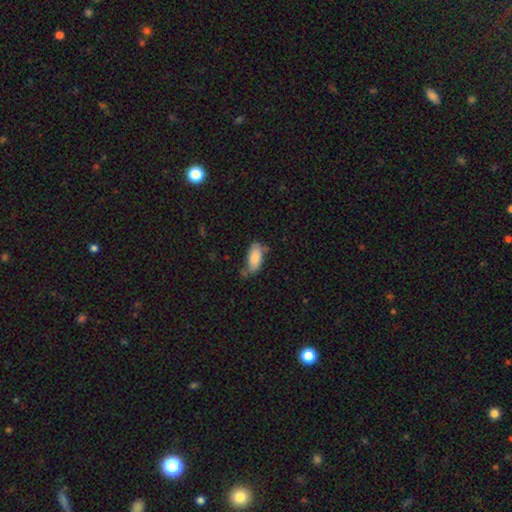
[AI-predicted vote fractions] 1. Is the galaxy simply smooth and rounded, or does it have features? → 84% smooth, 9% featured or disk, 7% star or artifact.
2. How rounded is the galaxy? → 88% in between, 10% cigar-shaped, 2% round.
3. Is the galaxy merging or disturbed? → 58% none, 26% minor disturbance, 9% merger, 7% major disturbance.